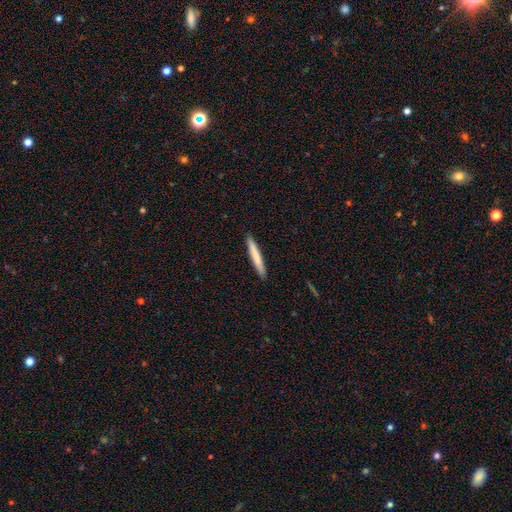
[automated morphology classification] This appears to be a smooth galaxy with no disk features (77%) that is cigar-shaped (96%). Merging: none (92%).